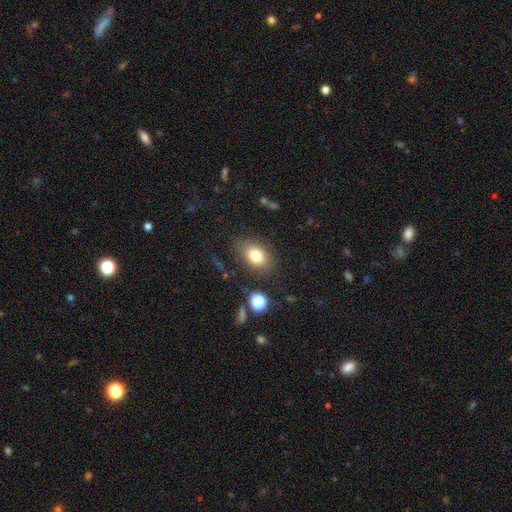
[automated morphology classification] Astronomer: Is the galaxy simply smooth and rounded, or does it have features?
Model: smooth — 79%.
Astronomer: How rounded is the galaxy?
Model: in between — 78%.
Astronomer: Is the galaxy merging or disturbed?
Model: none — 78%.